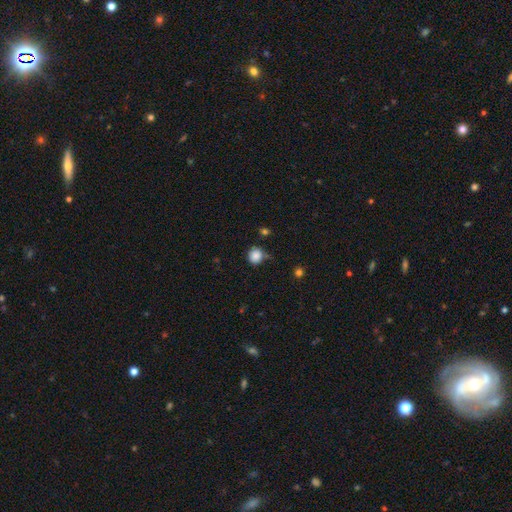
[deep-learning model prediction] Smooth or featured?
  - smooth: 86% *
  - star or artifact: 10%
  - featured or disk: 4%
How rounded?
  - round: 83% *
  - in between: 16%
  - cigar-shaped: 1%
Merging?
  - none: 67% *
  - minor disturbance: 22%
  - major disturbance: 6%
  - merger: 5%